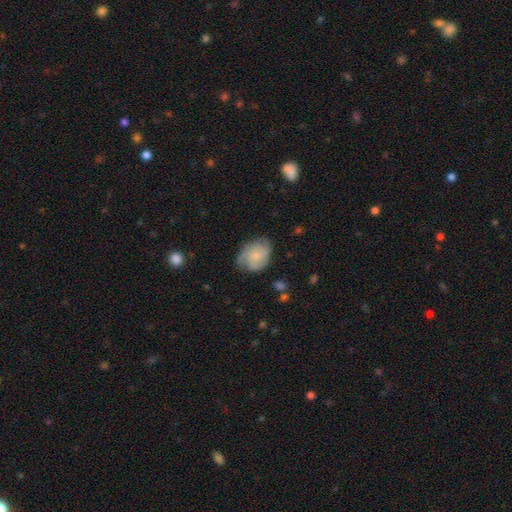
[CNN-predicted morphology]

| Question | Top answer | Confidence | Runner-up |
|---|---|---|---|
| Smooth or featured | smooth | 49% | featured or disk (44%) |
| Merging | none | 61% | minor disturbance (28%) |